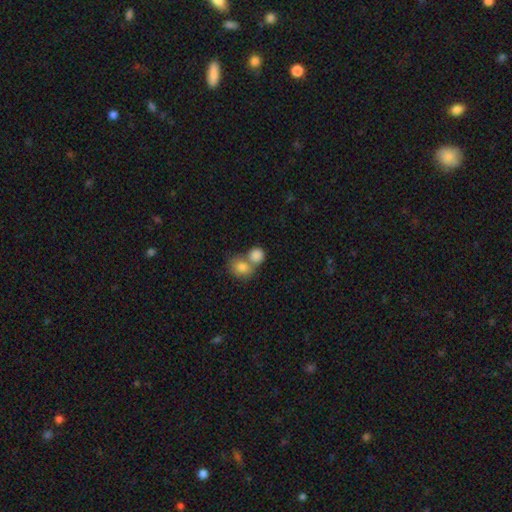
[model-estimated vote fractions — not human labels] smooth 83%, star or artifact 9%, featured or disk 8%. Down the decision tree: how rounded — round (74%); merging — merger (56%).